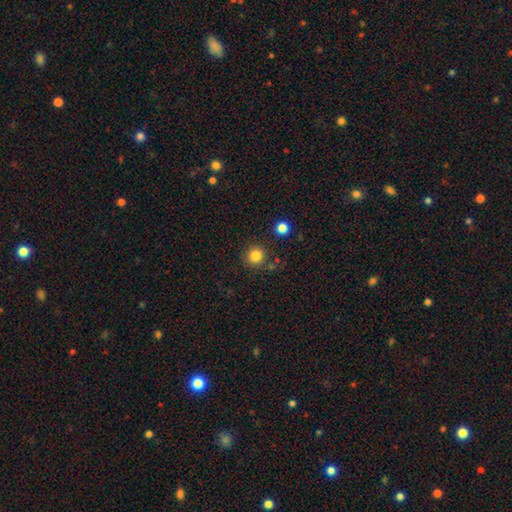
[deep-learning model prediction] The model was most divided on "smooth or featured": smooth: 84%, star or artifact: 12%, featured or disk: 5%. More confident: how rounded — round (94%); merging — none (85%).